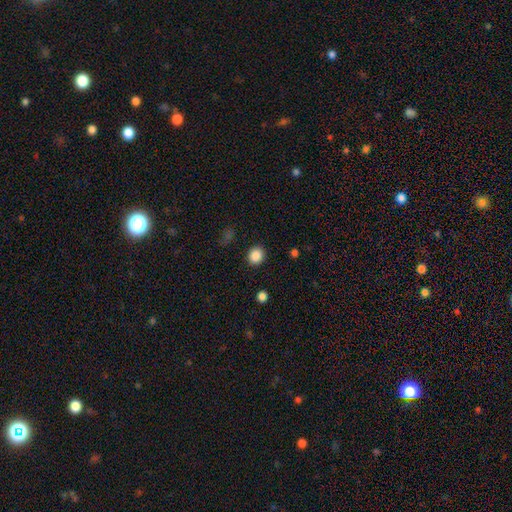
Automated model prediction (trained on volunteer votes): The model was most divided on "how rounded": round: 81%, in between: 19%, cigar-shaped: 1%. More confident: merging — none (90%); smooth or featured — smooth (87%).